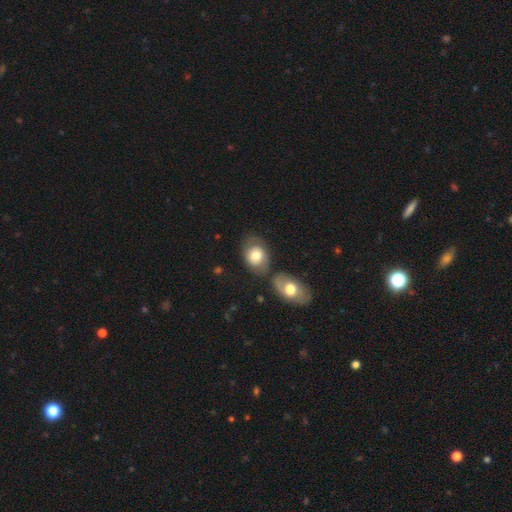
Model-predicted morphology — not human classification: smooth-or-featured: smooth: 64% | featured or disk: 29% | star or artifact: 7%
  how-rounded: in between: 64% | round: 35% | cigar-shaped: 1%
  merging: none: 51% | merger: 20% | minor disturbance: 20% | major disturbance: 9%